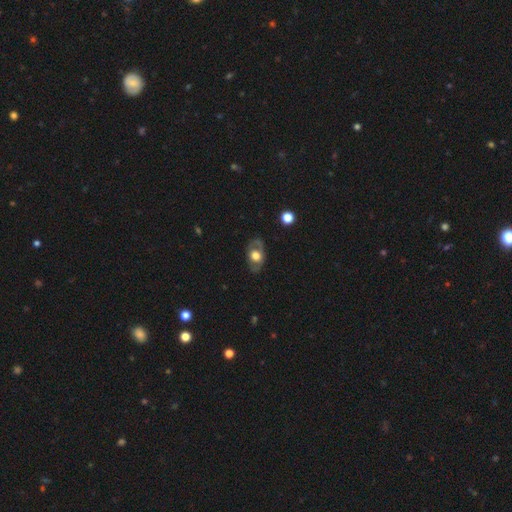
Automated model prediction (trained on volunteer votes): This is possibly a featured or disk galaxy (47%). Merging: likely none (75%).